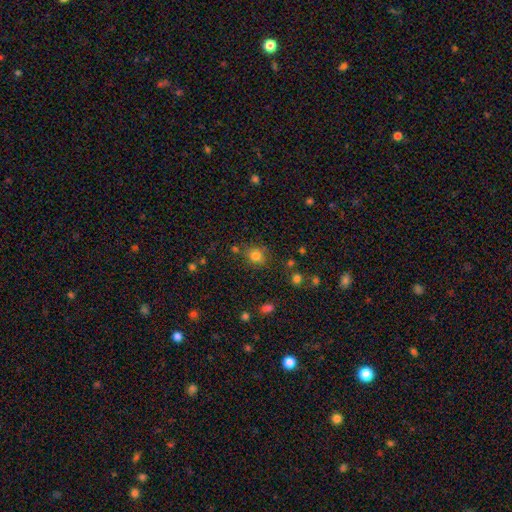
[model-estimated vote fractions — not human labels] Q: Smooth or featured?
A: smooth (80%); runner-up: star or artifact (14%)
Q: How rounded?
A: round (78%); runner-up: in between (21%)
Q: Merging?
A: none (76%); runner-up: minor disturbance (13%)